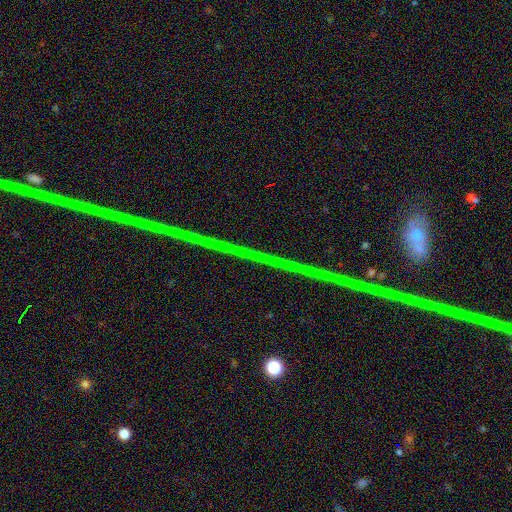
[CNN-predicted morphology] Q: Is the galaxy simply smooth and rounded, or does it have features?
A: star or artifact — 79%.